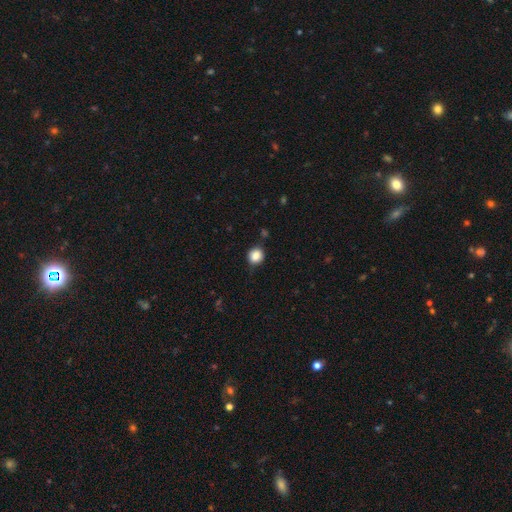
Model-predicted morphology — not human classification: Smooth or featured? smooth (86%)
How rounded? round (83%)
Merging? none (79%)